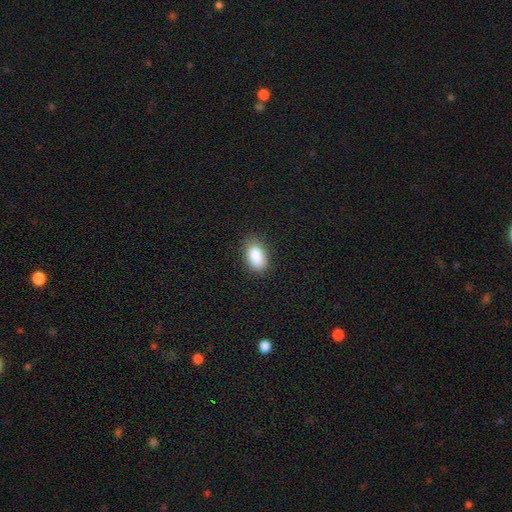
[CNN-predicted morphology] type=smooth (88%); roundness=in between (91%); merging=none (82%).